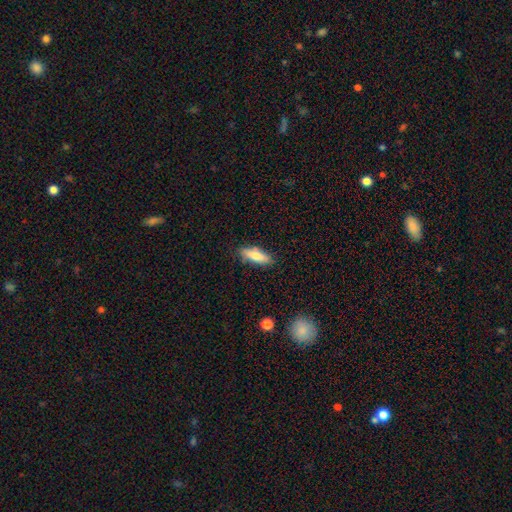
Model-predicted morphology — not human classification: smooth 76%, featured or disk 18%, star or artifact 7%. Down the decision tree: how rounded — in between (49%, tied with cigar-shaped); merging — none (82%).